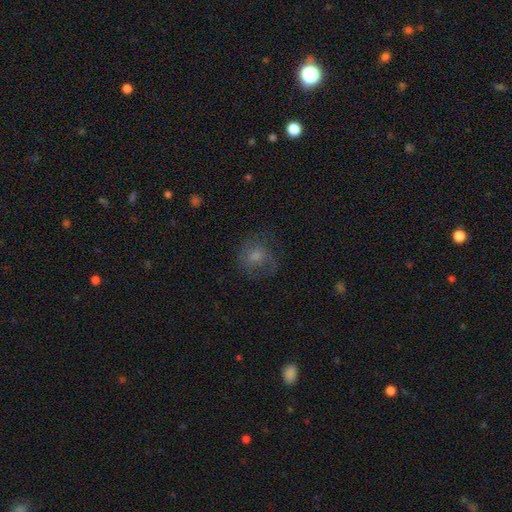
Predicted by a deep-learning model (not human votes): Smooth or featured: smooth — 56% (featured or disk — 31%)
How rounded: round — 78% (in between — 21%)
Merging: none — 62% (minor disturbance — 20%)